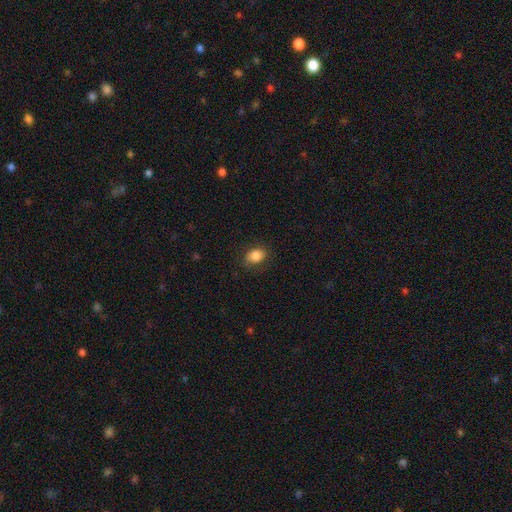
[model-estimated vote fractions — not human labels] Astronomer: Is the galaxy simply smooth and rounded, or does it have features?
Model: smooth — 85%.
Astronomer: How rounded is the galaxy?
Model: in between — 74%.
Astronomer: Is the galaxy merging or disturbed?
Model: none — 81%.